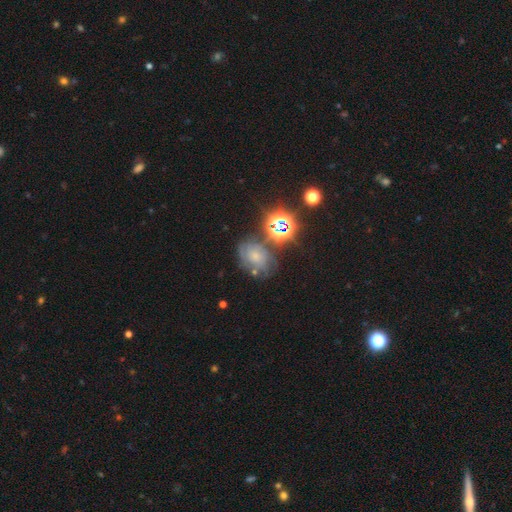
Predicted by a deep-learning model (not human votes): A featured or disk galaxy (37%).

Vote fractions:
- Smooth or featured? featured or disk: 37% / smooth: 33% / star or artifact: 29%
- Merging? none: 55% / minor disturbance: 22% / major disturbance: 12% / merger: 12%